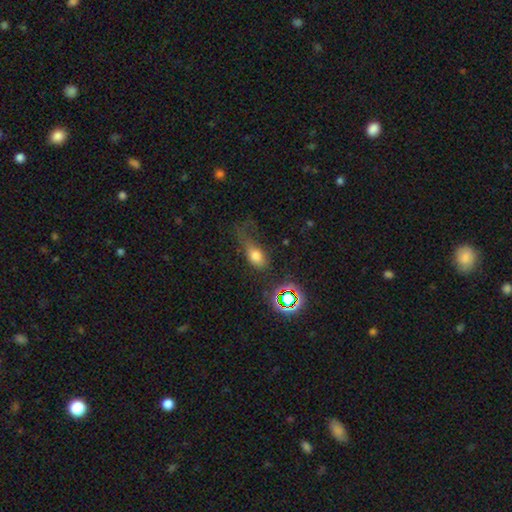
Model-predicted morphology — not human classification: A smooth galaxy with no disk features (68%) that is in between round and cigar-shaped (76%). Merging: major disturbance (35%).